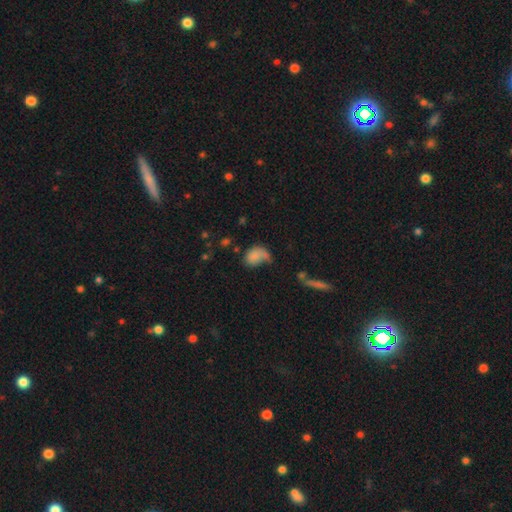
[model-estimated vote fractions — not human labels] Smooth or featured?
  - smooth: 73% *
  - featured or disk: 17%
  - star or artifact: 10%
How rounded?
  - in between: 74% *
  - round: 24%
  - cigar-shaped: 2%
Merging?
  - none: 35% *
  - major disturbance: 28%
  - minor disturbance: 26%
  - merger: 12%